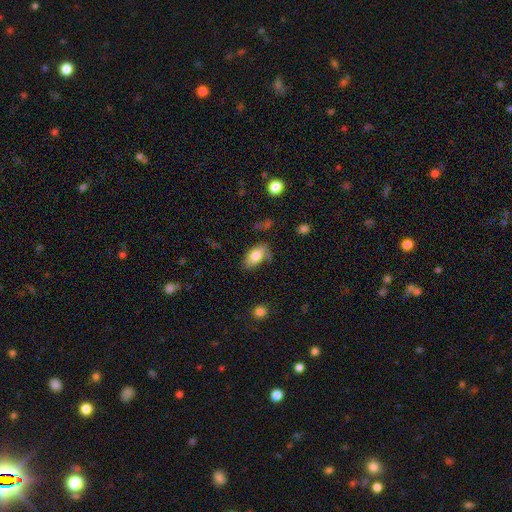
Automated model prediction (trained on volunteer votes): Smooth or featured? smooth (75%)
How rounded? in between (93%)
Merging? none (58%)